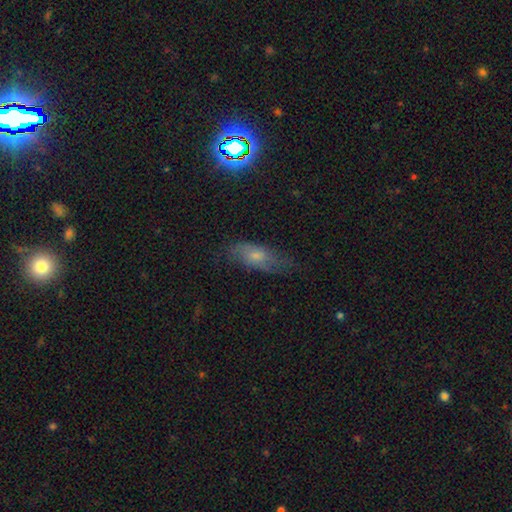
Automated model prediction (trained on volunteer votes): The model was most divided on "smooth or featured": smooth: 45%, featured or disk: 39%, star or artifact: 16%. More confident: merging — none (65%).